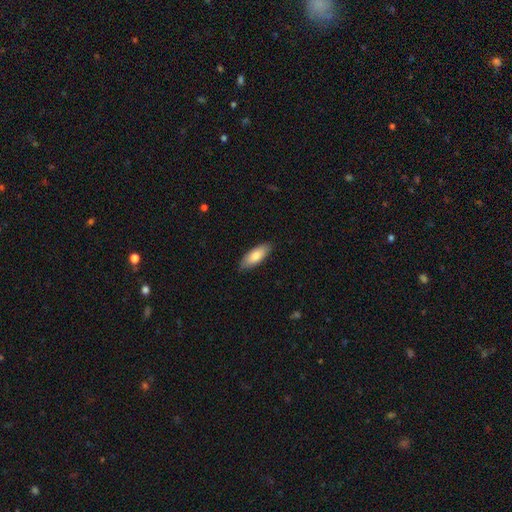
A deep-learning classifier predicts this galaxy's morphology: A smooth galaxy with no disk features (80%) that is in between round and cigar-shaped (77%).

Vote fractions:
- Smooth or featured? smooth: 80% / featured or disk: 14% / star or artifact: 5%
- How rounded? in between: 77% / cigar-shaped: 22% / round: 2%
- Merging? none: 85% / minor disturbance: 12% / major disturbance: 2% / merger: 1%